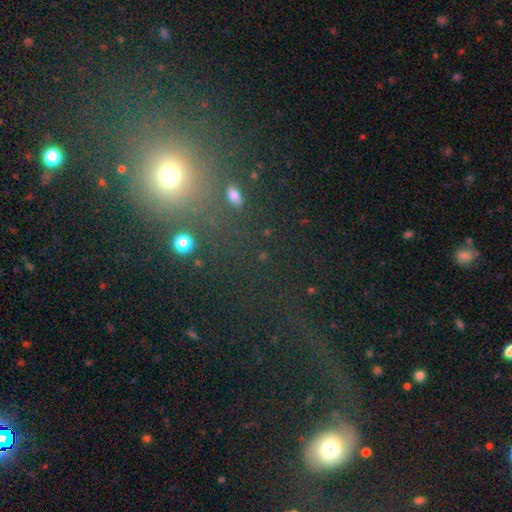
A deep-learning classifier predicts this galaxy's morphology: Smooth or featured? smooth (48%)
Merging? none (45%)